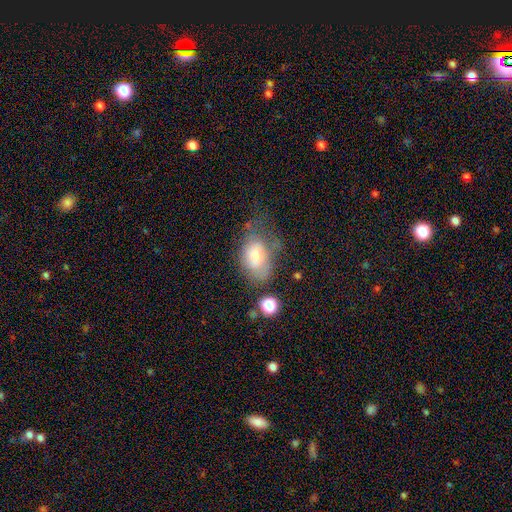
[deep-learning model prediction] smooth_or_featured: smooth (p=0.67) [alt: featured or disk p=0.24]
how_rounded: in between (p=0.84) [alt: round p=0.15]
merging: major disturbance (p=0.33) [alt: none p=0.30]